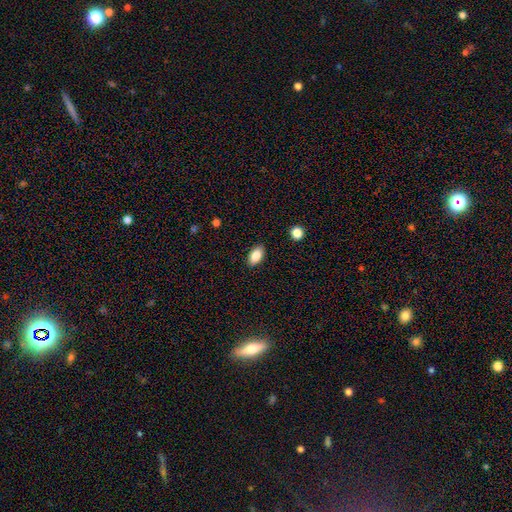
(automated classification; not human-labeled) A smooth galaxy with no disk features (86%) that is in between round and cigar-shaped (92%). Merging: none (88%).